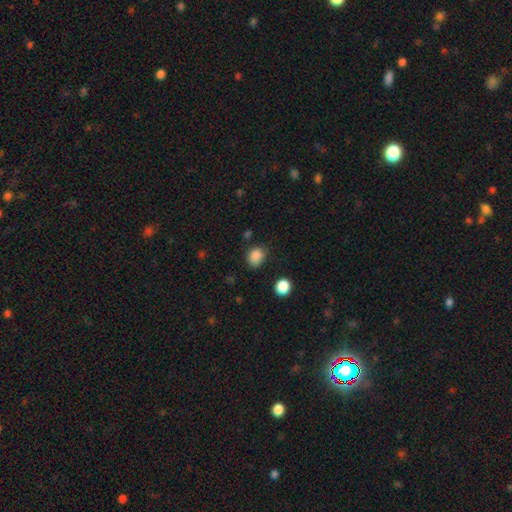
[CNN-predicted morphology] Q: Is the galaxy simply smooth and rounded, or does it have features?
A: smooth — 86%.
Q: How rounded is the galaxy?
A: round — 55%.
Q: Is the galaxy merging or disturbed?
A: none — 77%.